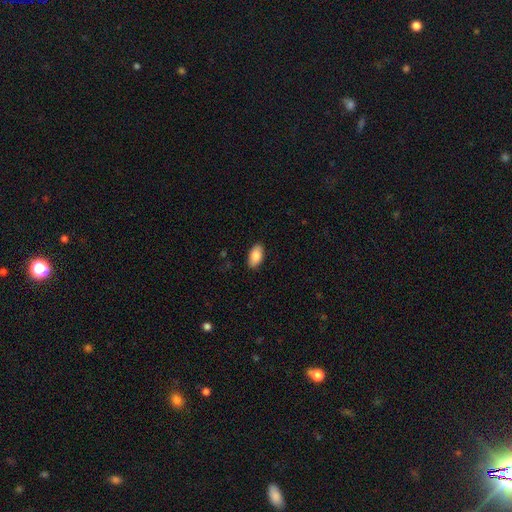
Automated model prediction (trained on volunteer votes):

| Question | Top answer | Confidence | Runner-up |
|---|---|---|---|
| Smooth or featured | smooth | 87% | featured or disk (7%) |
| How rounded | in between | 94% | cigar-shaped (3%) |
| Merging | none | 88% | minor disturbance (9%) |